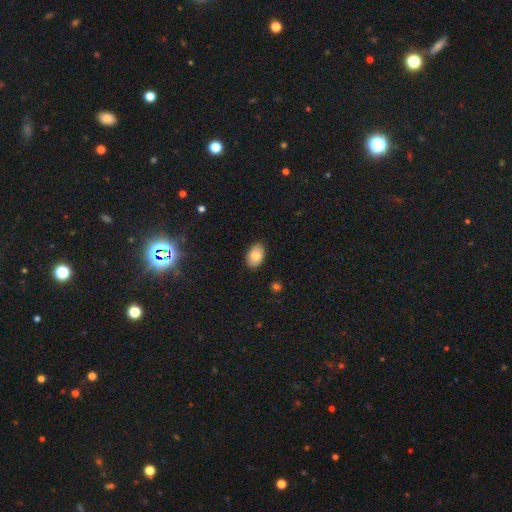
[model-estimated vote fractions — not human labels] Smooth or featured: smooth — 85% (star or artifact — 7%)
How rounded: in between — 90% (round — 8%)
Merging: none — 86% (minor disturbance — 11%)